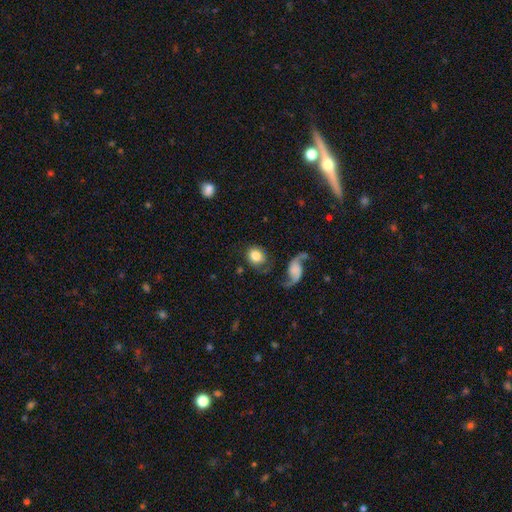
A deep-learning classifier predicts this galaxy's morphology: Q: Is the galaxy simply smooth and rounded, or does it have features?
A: smooth — 72%.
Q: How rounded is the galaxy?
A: round — 61%.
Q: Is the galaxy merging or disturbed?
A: none — 66%.